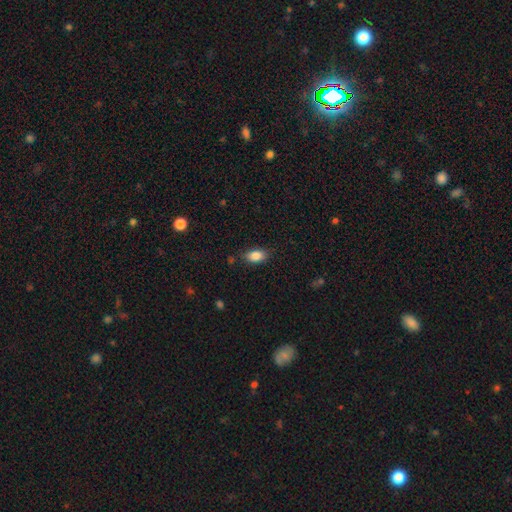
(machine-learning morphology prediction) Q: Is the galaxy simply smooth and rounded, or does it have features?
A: smooth — 86%.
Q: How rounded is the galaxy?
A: in between — 89%.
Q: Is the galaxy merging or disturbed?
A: none — 82%.